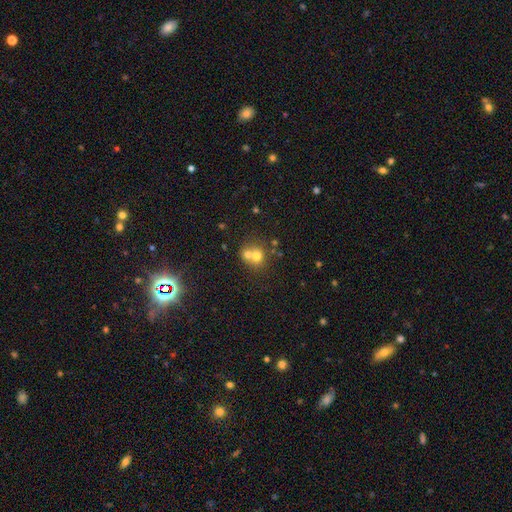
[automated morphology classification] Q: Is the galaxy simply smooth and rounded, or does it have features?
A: smooth — 67%.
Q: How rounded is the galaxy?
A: round — 81%.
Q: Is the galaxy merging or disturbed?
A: merger — 56%.